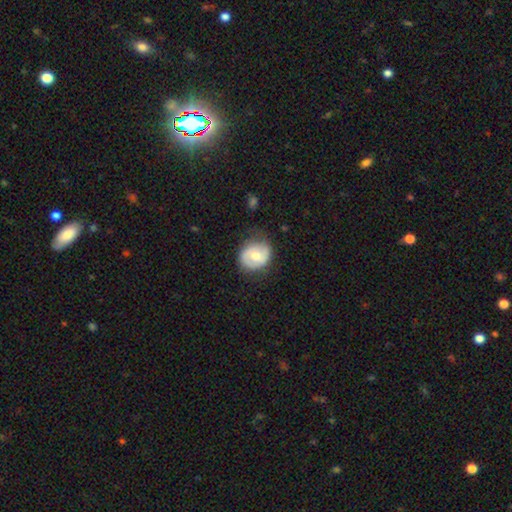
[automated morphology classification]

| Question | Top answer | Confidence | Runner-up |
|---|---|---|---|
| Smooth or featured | smooth | 48% | featured or disk (46%) |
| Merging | none | 72% | minor disturbance (21%) |